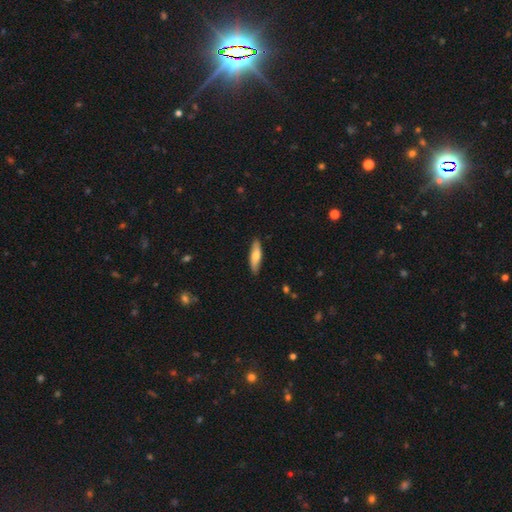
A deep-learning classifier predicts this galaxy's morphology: Q: Smooth or featured?
A: smooth (70%); runner-up: featured or disk (24%)
Q: How rounded?
A: cigar-shaped (68%); runner-up: in between (30%)
Q: Merging?
A: none (86%); runner-up: minor disturbance (11%)